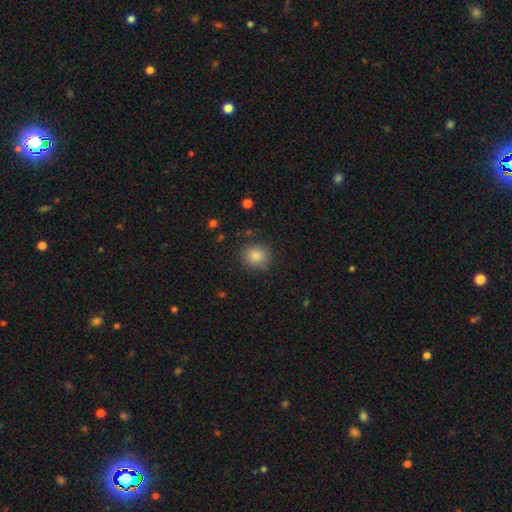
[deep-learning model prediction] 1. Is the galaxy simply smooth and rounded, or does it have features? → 84% smooth, 11% star or artifact, 4% featured or disk.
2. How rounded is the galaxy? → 85% round, 14% in between, 1% cigar-shaped.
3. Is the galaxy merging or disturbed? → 88% none, 8% minor disturbance, 3% major disturbance, 1% merger.